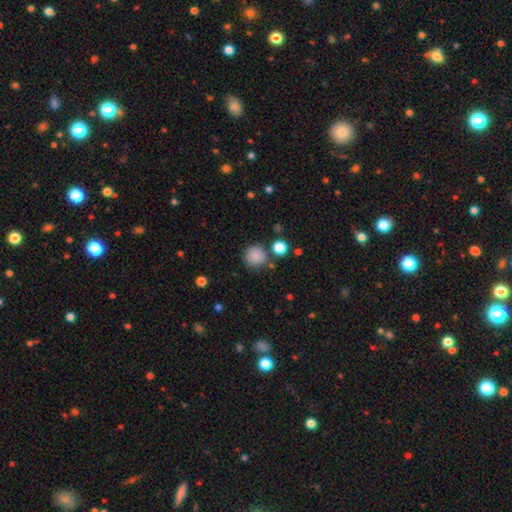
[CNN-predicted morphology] Smooth or featured?
  - smooth: 85% *
  - star or artifact: 10%
  - featured or disk: 5%
How rounded?
  - round: 93% *
  - in between: 6%
  - cigar-shaped: 1%
Merging?
  - none: 81% *
  - minor disturbance: 9%
  - merger: 7%
  - major disturbance: 3%